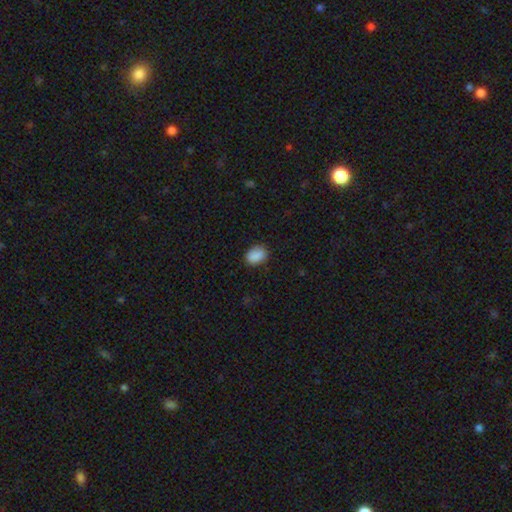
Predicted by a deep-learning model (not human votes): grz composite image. It shows a smooth galaxy with no disk features (89%) that is in between round and cigar-shaped (74%). Merging: none (83%).